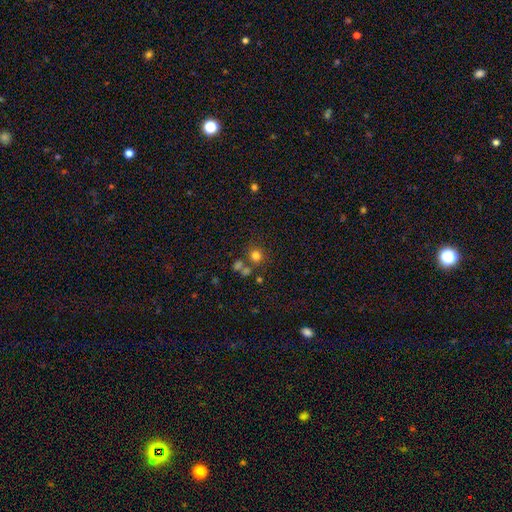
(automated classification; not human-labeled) Smooth or featured? Predicted: smooth (p=0.75). How rounded? Predicted: round (p=0.90). Merging? Predicted: none (p=0.70).